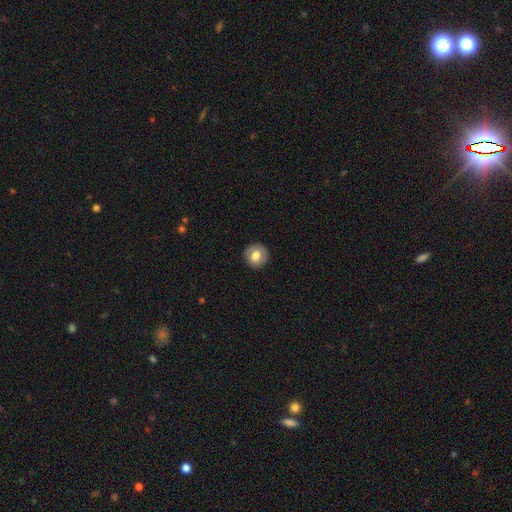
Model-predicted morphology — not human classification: smooth-or-featured: smooth: 73% | featured or disk: 19% | star or artifact: 8%
  how-rounded: round: 92% | in between: 7% | cigar-shaped: 1%
  merging: none: 89% | minor disturbance: 8% | major disturbance: 2% | merger: 1%